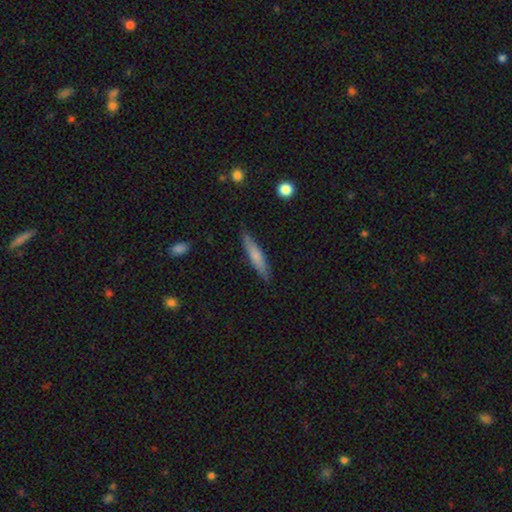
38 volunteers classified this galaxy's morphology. Smooth or featured: smooth — 58% (featured or disk — 37%)
How rounded: cigar-shaped — 91% (round — 5%)
Merging: none — 89% (merger — 6%)